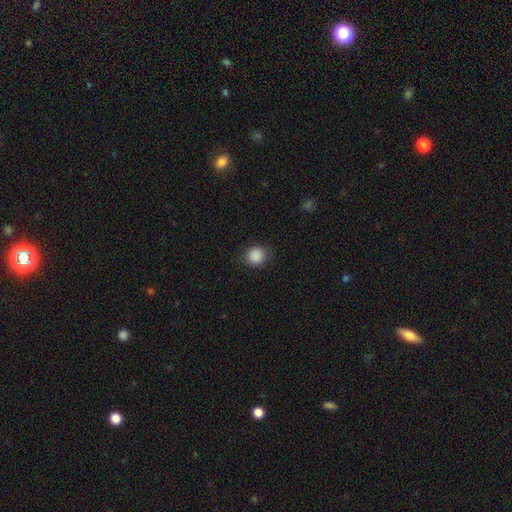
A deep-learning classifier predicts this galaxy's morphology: Smooth or featured? Predicted: smooth (p=0.89). How rounded? Predicted: round (p=0.81). Merging? Predicted: none (p=0.86).